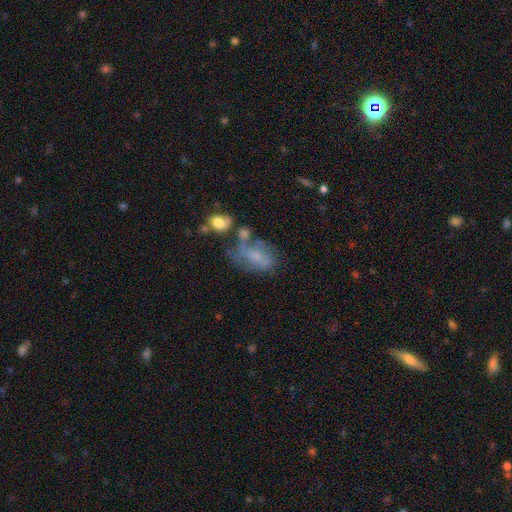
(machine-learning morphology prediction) smooth_or_featured: featured or disk (p=0.51) [alt: smooth p=0.37]
disk_edge_on: no (p=0.95) [alt: yes p=0.05]
merging: none (p=0.32) [alt: major disturbance p=0.24]